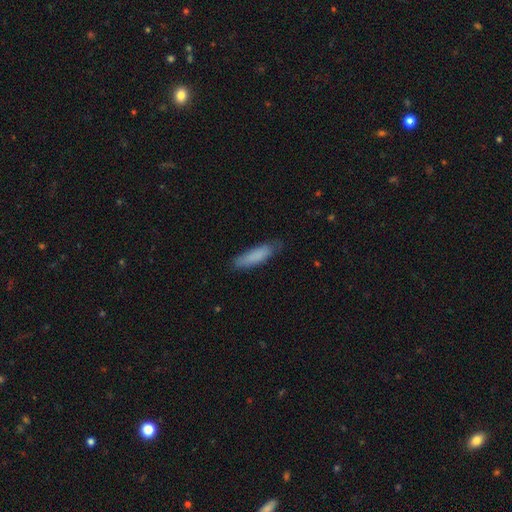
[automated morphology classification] Smooth or featured? smooth (84%)
How rounded? cigar-shaped (72%)
Merging? none (78%)